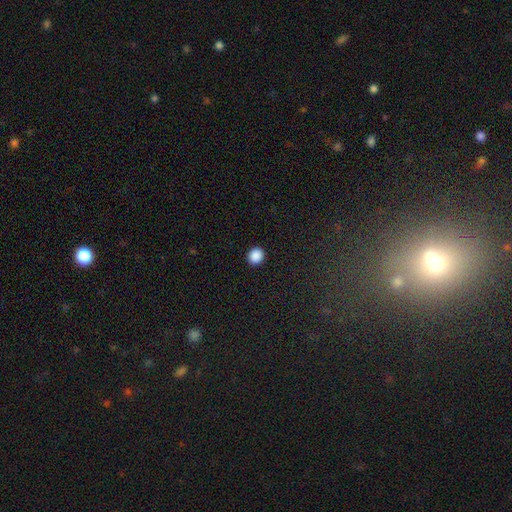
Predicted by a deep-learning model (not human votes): A smooth galaxy with no disk features (89%) that is round (80%).

Vote fractions:
- Smooth or featured? smooth: 89% / star or artifact: 9% / featured or disk: 2%
- How rounded? round: 80% / in between: 19% / cigar-shaped: 1%
- Merging? none: 92% / minor disturbance: 5% / major disturbance: 2% / merger: 1%